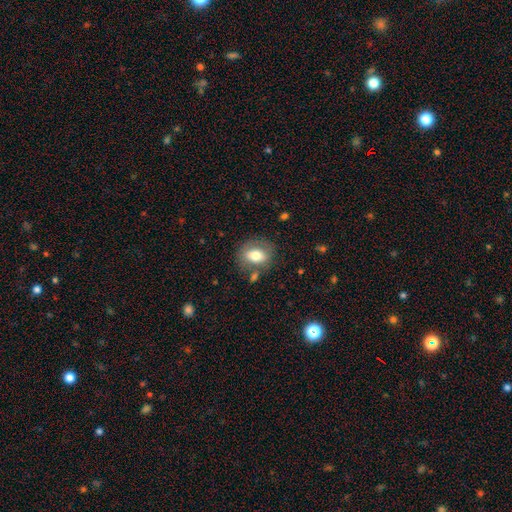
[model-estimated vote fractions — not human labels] The model was most divided on "how rounded": in between: 57%, round: 42%, cigar-shaped: 2%. More confident: merging — none (70%); smooth or featured — smooth (68%).